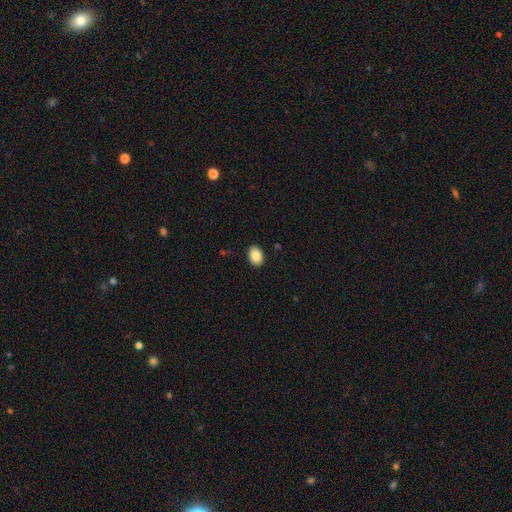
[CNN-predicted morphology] Overall: smooth (87%). How rounded: in between (81%). Merging: none (90%).